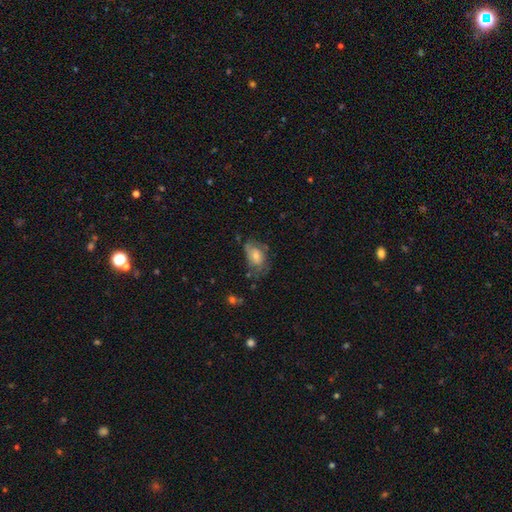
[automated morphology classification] This appears to be a smooth galaxy with no disk features (48%). Merging: none (47%).